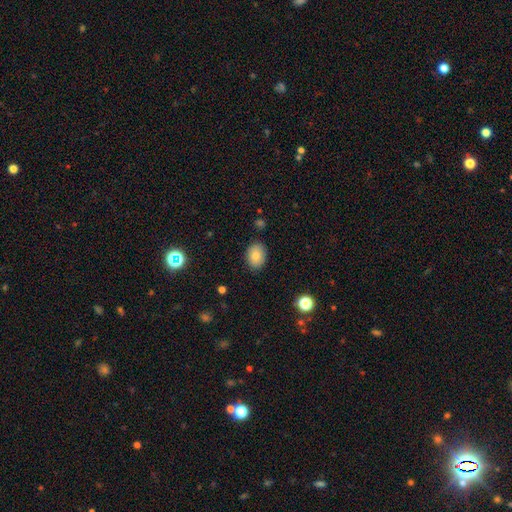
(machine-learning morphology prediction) type=smooth (83%); roundness=in between (73%); merging=none (86%).